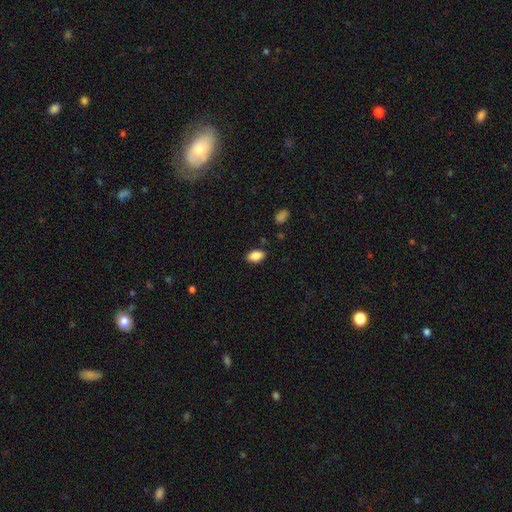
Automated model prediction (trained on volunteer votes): smooth 88%, star or artifact 8%, featured or disk 4%. Down the decision tree: how rounded — in between (91%); merging — none (85%).